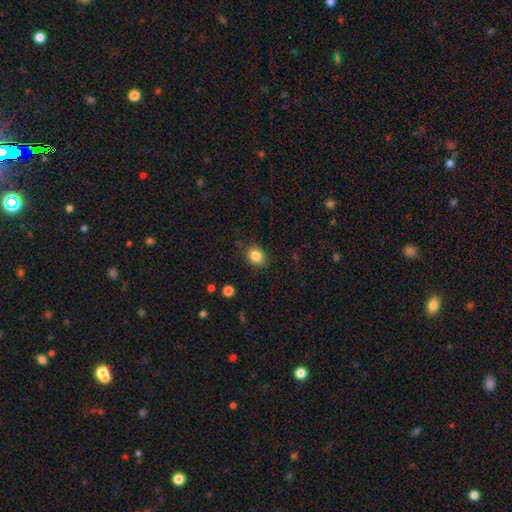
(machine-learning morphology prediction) This appears to be a smooth galaxy with no disk features (84%) that is round (55%). Merging: none (82%).